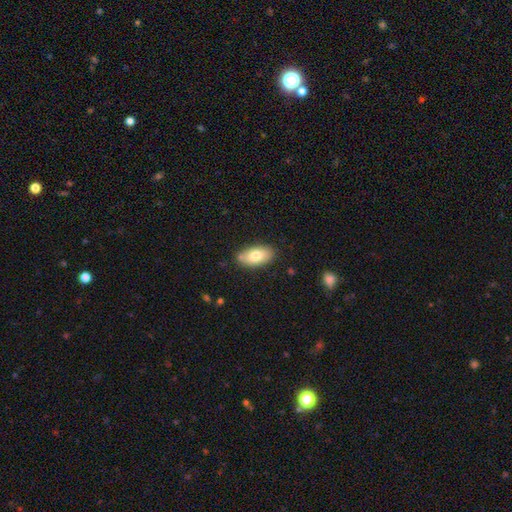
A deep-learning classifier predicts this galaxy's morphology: smooth_or_featured: smooth (p=0.77) [alt: featured or disk p=0.16]
how_rounded: in between (p=0.92) [alt: round p=0.04]
merging: none (p=0.80) [alt: minor disturbance p=0.14]